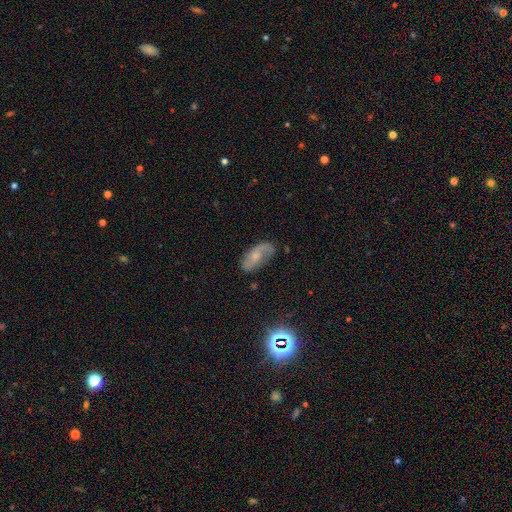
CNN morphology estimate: Q: Smooth or featured?
A: featured or disk (56%); runner-up: smooth (33%)
Q: Edge-on disk?
A: no (92%); runner-up: yes (8%)
Q: Bar?
A: no (61%); runner-up: weak (32%)
Q: Spiral arms?
A: yes (85%); runner-up: no (15%)
Q: Bulge size?
A: small (46%); runner-up: moderate (42%)
Q: Merging?
A: none (65%); runner-up: minor disturbance (24%)